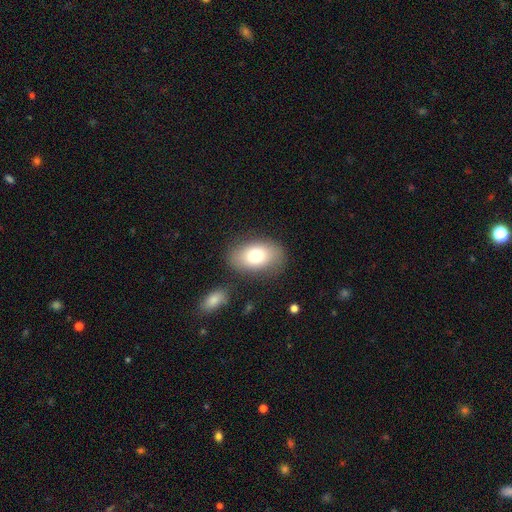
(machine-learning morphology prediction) smooth-or-featured: smooth: 77% | featured or disk: 15% | star or artifact: 8%
  how-rounded: in between: 89% | round: 10% | cigar-shaped: 1%
  merging: none: 79% | minor disturbance: 13% | major disturbance: 4% | merger: 4%